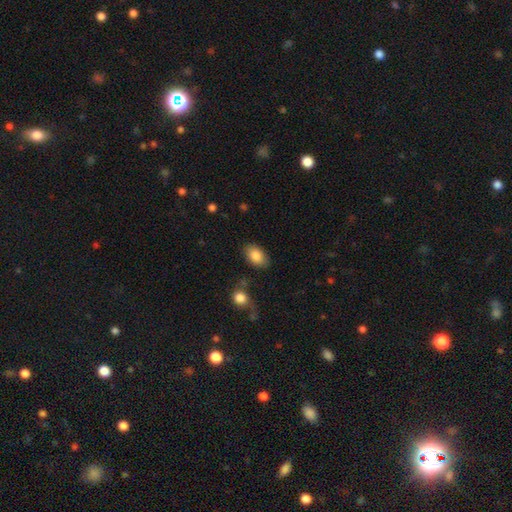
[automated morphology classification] A smooth galaxy with no disk features (86%) that is in between round and cigar-shaped (89%).

Vote fractions:
- Smooth or featured? smooth: 86% / featured or disk: 7% / star or artifact: 7%
- How rounded? in between: 89% / round: 10% / cigar-shaped: 1%
- Merging? none: 80% / minor disturbance: 12% / major disturbance: 4% / merger: 4%